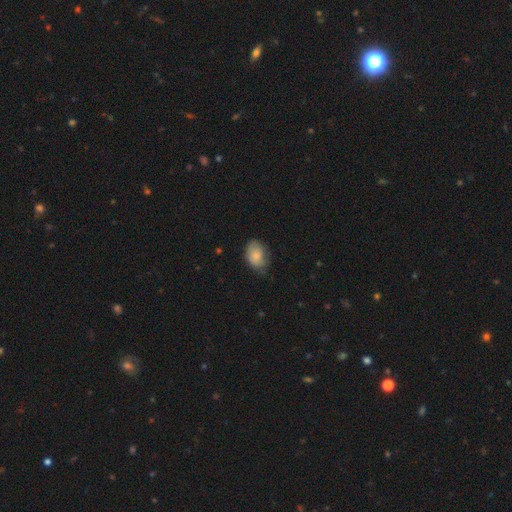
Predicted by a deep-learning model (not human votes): This appears to be a smooth galaxy with no disk features (80%) that is in between round and cigar-shaped (79%). Merging: none (55%).